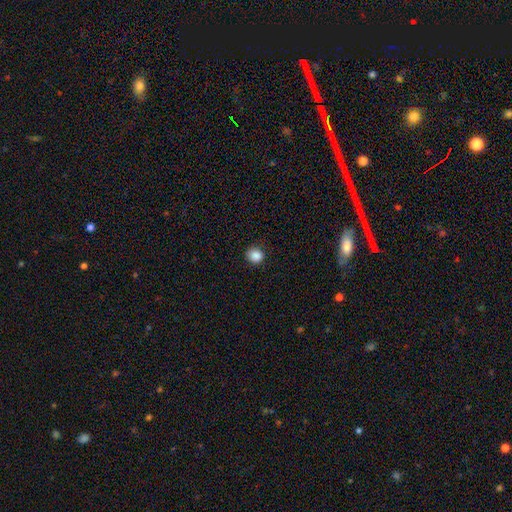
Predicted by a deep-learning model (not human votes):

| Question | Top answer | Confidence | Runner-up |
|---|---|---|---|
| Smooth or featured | smooth | 87% | star or artifact (10%) |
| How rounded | round | 88% | in between (11%) |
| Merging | none | 87% | minor disturbance (10%) |